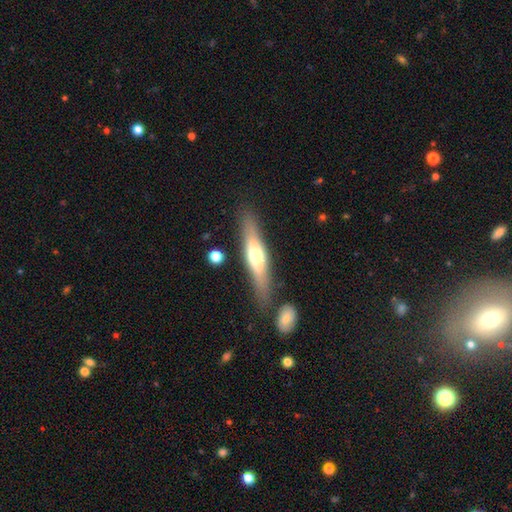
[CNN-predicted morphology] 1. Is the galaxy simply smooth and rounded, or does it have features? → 57% featured or disk, 37% smooth, 6% star or artifact.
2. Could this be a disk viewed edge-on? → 87% yes, 13% no.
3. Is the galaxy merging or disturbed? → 80% none, 12% minor disturbance, 4% merger, 4% major disturbance.